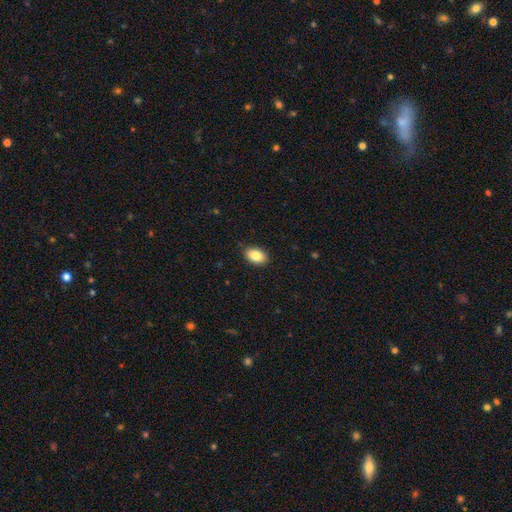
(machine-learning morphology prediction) A smooth galaxy with no disk features (85%) that is in between round and cigar-shaped (88%).

Vote fractions:
- Smooth or featured? smooth: 85% / featured or disk: 8% / star or artifact: 8%
- How rounded? in between: 88% / round: 10% / cigar-shaped: 1%
- Merging? none: 88% / minor disturbance: 9% / major disturbance: 2% / merger: 1%